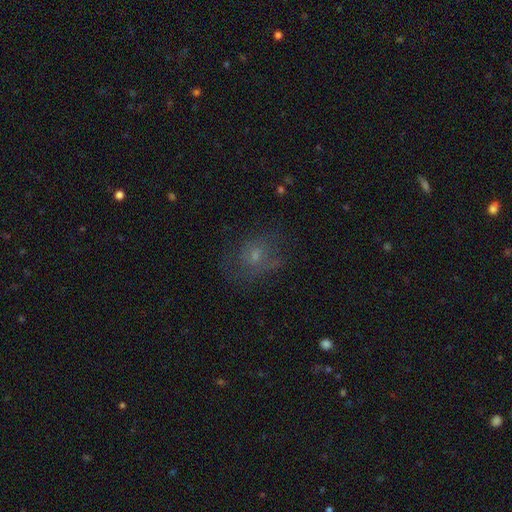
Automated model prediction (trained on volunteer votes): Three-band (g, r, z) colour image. It shows a smooth galaxy with no disk features (47%). Merging: none (57%).